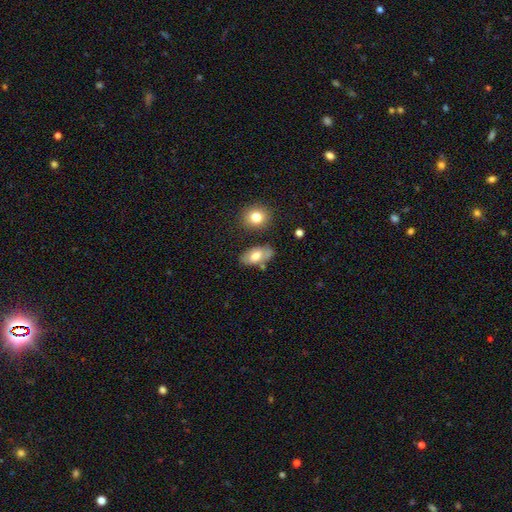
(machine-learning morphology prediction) The model was most divided on "smooth or featured": smooth: 63%, featured or disk: 30%, star or artifact: 7%. More confident: how rounded — in between (91%); merging — none (71%).